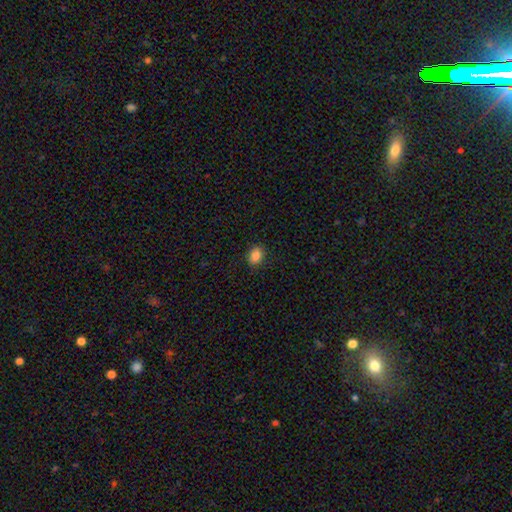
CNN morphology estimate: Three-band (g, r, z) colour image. It shows a smooth galaxy with no disk features (87%) that is in between round and cigar-shaped (64%). Merging: none (87%).